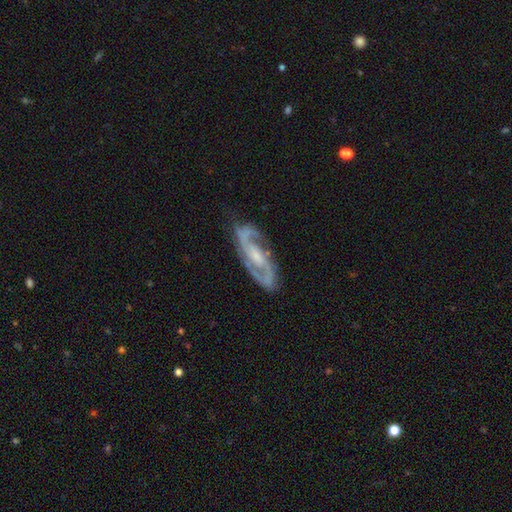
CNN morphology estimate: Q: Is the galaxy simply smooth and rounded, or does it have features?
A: featured or disk — 91%.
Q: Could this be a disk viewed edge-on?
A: no — 94%.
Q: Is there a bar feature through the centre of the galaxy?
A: weak — 43%.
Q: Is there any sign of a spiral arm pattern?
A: yes — 97%.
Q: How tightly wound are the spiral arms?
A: medium — 56%.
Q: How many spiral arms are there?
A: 2 — 92%.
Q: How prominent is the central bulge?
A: small — 48%.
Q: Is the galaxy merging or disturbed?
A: none — 80%.